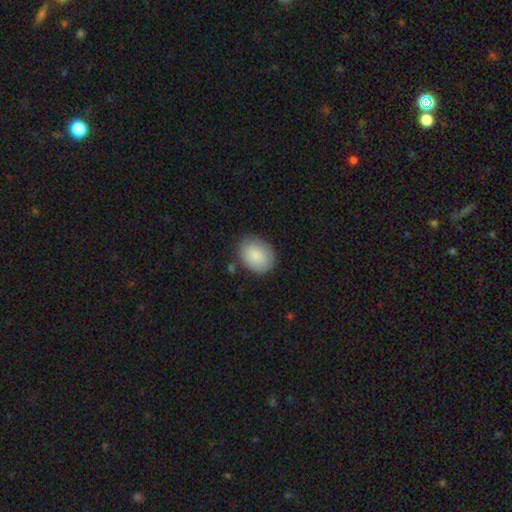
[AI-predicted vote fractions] Morphology: type=smooth (85%); roundness=in between (60%); merging=none (78%).